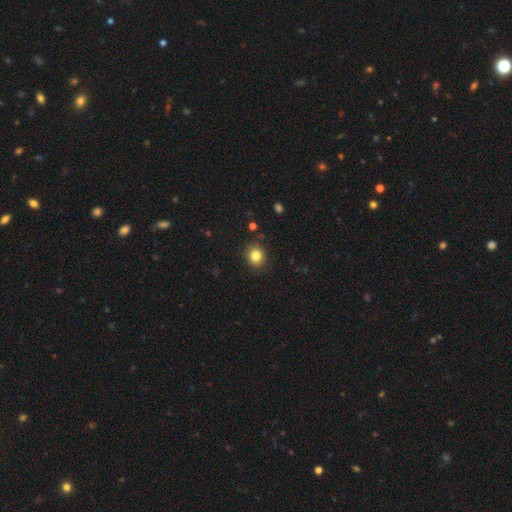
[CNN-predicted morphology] Smooth or featured: smooth — 83% (star or artifact — 11%)
How rounded: round — 85% (in between — 14%)
Merging: none — 89% (minor disturbance — 7%)